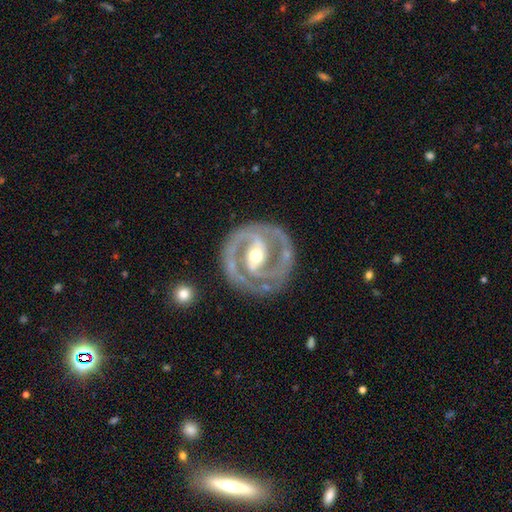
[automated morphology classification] featured or disk 91%, smooth 5%, star or artifact 4%. Down the decision tree: edge-on disk — no (97%); bar — strong (49%); spiral arms — yes (96%); spiral arm count — 2 (90%); spiral winding — tight (51%); bulge size — moderate (71%); merging — none (83%).